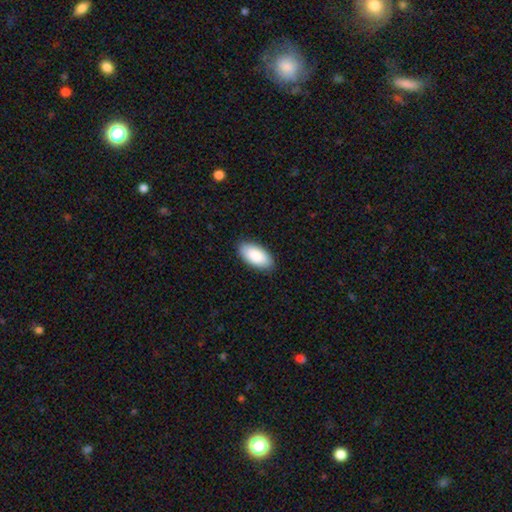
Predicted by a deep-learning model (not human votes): smooth 88%, featured or disk 7%, star or artifact 5%. Down the decision tree: how rounded — in between (95%); merging — none (89%).